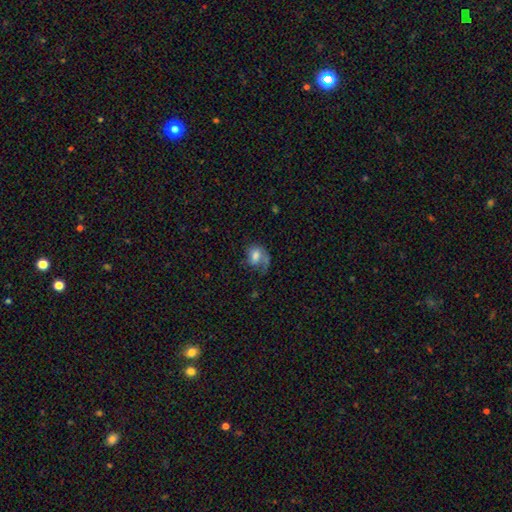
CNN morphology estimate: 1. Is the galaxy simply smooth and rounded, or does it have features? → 53% smooth, 37% featured or disk, 10% star or artifact.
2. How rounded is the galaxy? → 69% in between, 29% round, 2% cigar-shaped.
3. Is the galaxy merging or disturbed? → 37% major disturbance, 36% none, 22% minor disturbance, 5% merger.